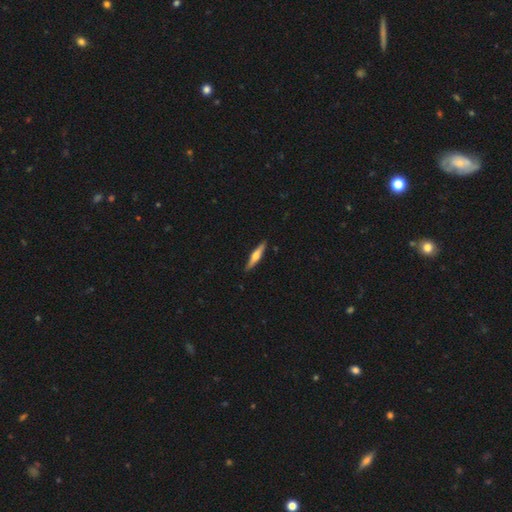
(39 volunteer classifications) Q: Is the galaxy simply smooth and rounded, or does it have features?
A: featured or disk — 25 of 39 (64%).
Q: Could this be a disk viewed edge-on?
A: yes — 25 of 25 (100%).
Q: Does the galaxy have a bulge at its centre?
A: rounded — 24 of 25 (96%).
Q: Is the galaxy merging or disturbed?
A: none — 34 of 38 (89%).